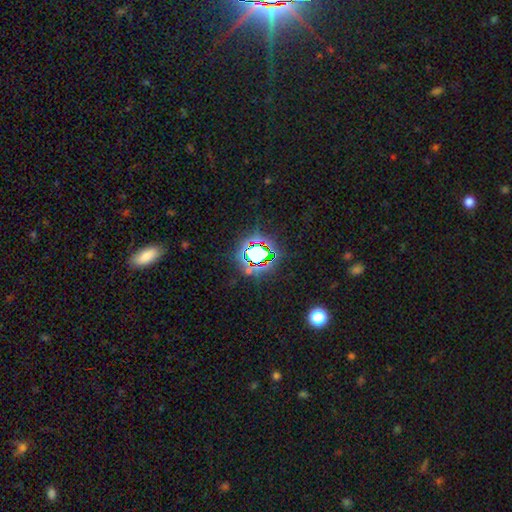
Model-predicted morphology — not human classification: A star or artifact, not a galaxy (72%).

Vote fractions:
- Smooth or featured? star or artifact: 72% / smooth: 17% / featured or disk: 10%